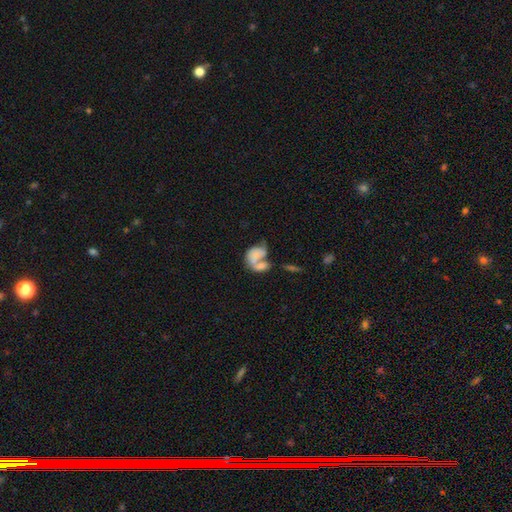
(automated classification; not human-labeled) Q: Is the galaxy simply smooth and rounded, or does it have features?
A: smooth — 56%.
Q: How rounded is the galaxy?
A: in between — 74%.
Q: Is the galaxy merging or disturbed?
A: merger — 58%.